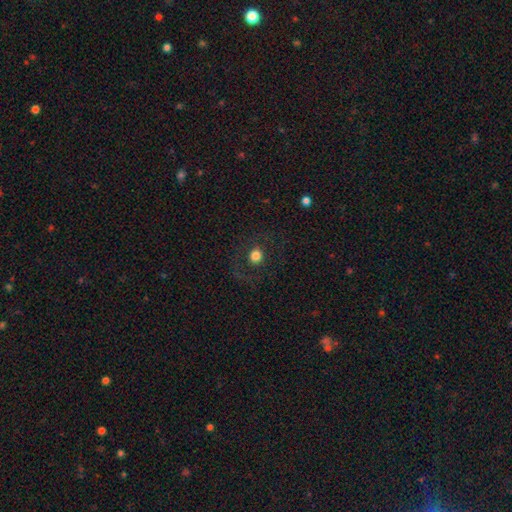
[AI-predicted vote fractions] A smooth galaxy with no disk features (73%) that is round (82%).

Vote fractions:
- Smooth or featured? smooth: 73% / featured or disk: 15% / star or artifact: 12%
- How rounded? round: 82% / in between: 17% / cigar-shaped: 1%
- Merging? none: 81% / minor disturbance: 9% / major disturbance: 8% / merger: 1%